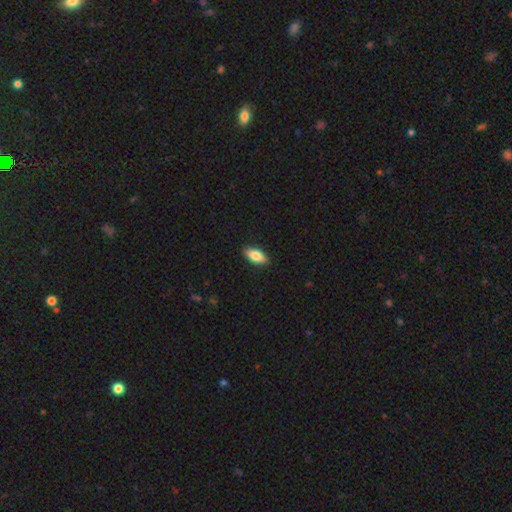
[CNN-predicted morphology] Overall: smooth (83%). How rounded: in between (89%). Merging: none (89%).